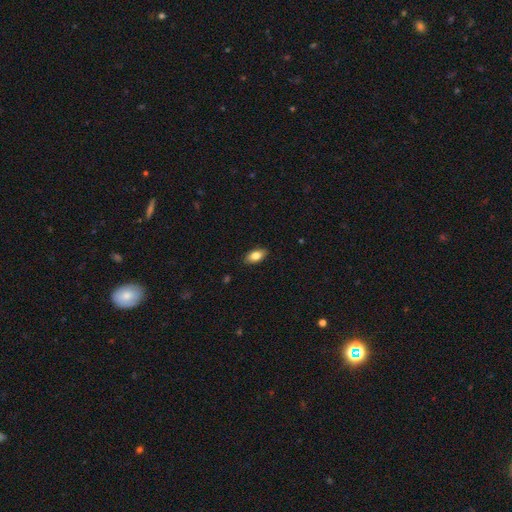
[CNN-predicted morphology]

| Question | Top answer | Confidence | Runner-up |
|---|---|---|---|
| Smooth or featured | smooth | 82% | featured or disk (11%) |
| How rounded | in between | 90% | cigar-shaped (6%) |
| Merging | none | 87% | minor disturbance (10%) |